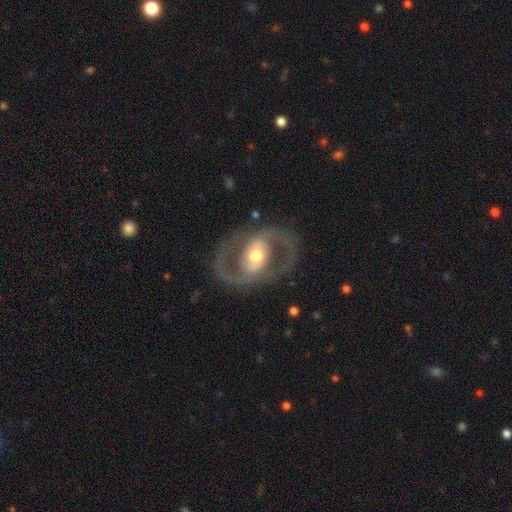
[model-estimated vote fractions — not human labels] featured or disk 81%, smooth 14%, star or artifact 4%. Down the decision tree: edge-on disk — no (95%); bar — no (38%); spiral arms — yes (69%); spiral arm count — 2 (88%); spiral winding — medium (53%); bulge size — moderate (68%); merging — none (80%).